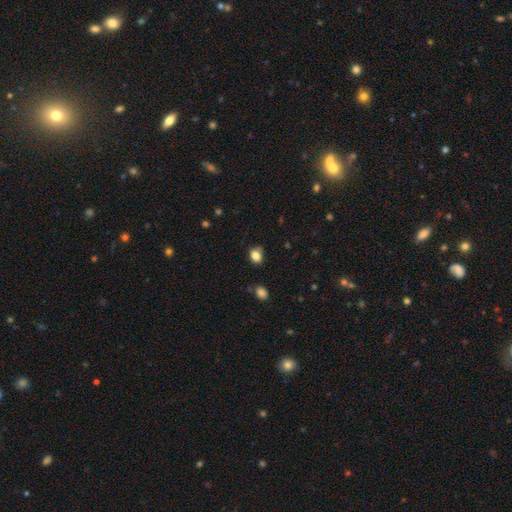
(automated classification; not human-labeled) Smooth or featured? Predicted: smooth (p=0.83). How rounded? Predicted: in between (p=0.52). Merging? Predicted: none (p=0.70).